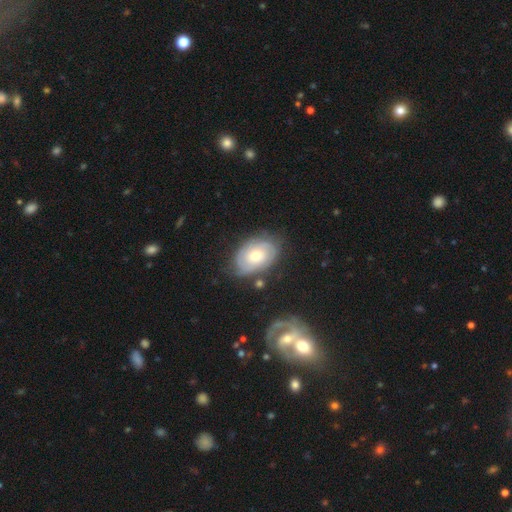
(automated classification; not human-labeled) smooth-or-featured: featured or disk: 69% | smooth: 25% | star or artifact: 6%
  disk-edge-on: no: 95% | yes: 5%
    bar: no: 79% | weak: 17% | strong: 4%
    has-spiral-arms: yes: 85% | no: 15%
      spiral-winding: tight: 71% | medium: 22% | loose: 7%
      spiral-arm-count: 2: 38% | can't tell: 37% | 3: 13% | 1: 5% | 4: 4% | more than 4: 3%
    bulge-size: moderate: 66% | small: 28% | large: 4% | none: 1% | dominant: 1%
  merging: none: 73% | minor disturbance: 18% | major disturbance: 6% | merger: 4%